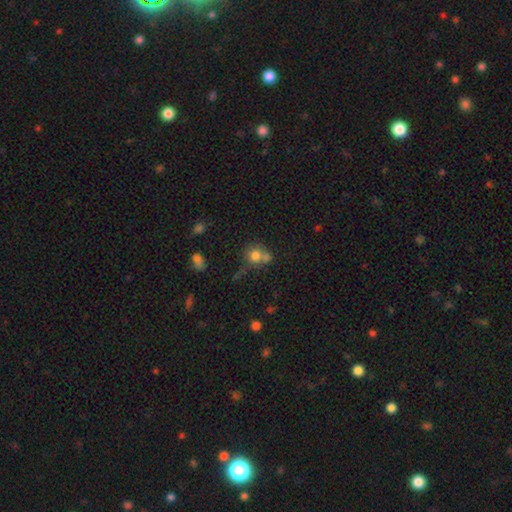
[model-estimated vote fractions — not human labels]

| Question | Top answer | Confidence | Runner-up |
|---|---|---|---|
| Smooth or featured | smooth | 76% | featured or disk (12%) |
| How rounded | round | 80% | in between (19%) |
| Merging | merger | 41% | tied: none (41%) |